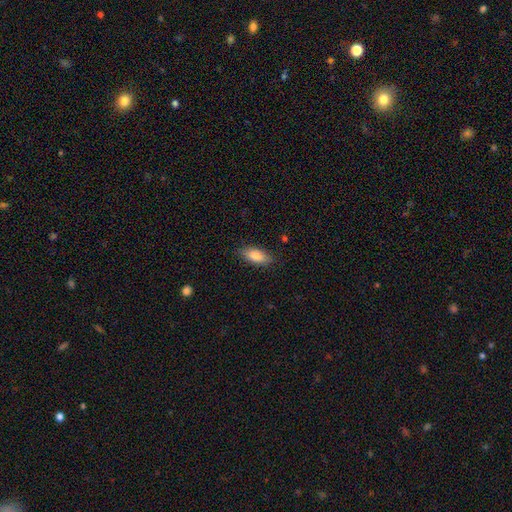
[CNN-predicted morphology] A smooth galaxy with no disk features (83%) that is in between round and cigar-shaped (84%). Merging: none (84%).